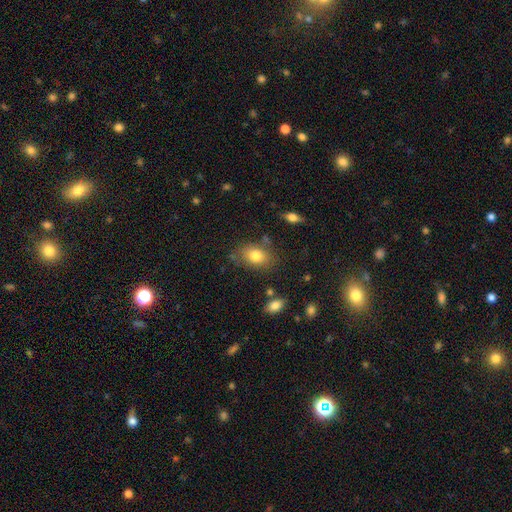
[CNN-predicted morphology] Smooth or featured?
  - smooth: 79% *
  - featured or disk: 12%
  - star or artifact: 9%
How rounded?
  - in between: 78% *
  - round: 21%
  - cigar-shaped: 1%
Merging?
  - none: 74% *
  - minor disturbance: 17%
  - merger: 5%
  - major disturbance: 5%